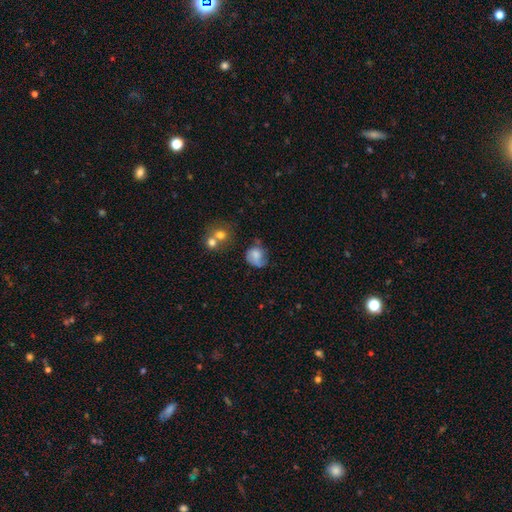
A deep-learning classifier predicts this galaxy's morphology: The model was most divided on "merging": none: 38%, minor disturbance: 32%, major disturbance: 22%, merger: 8%. More confident: how rounded — round (64%); smooth or featured — smooth (59%).